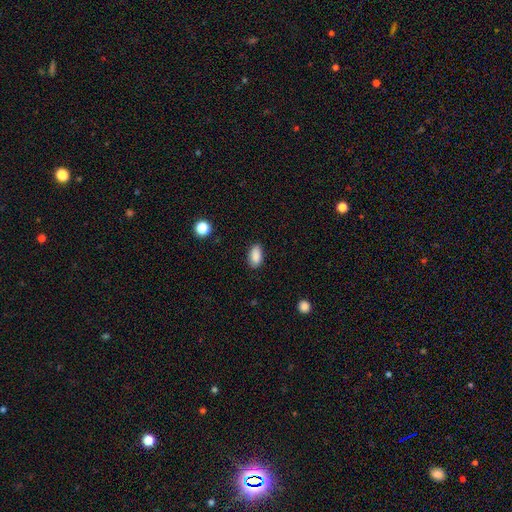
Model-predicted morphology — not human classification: Smooth or featured? Predicted: smooth (p=0.88). How rounded? Predicted: in between (p=0.92). Merging? Predicted: none (p=0.83).